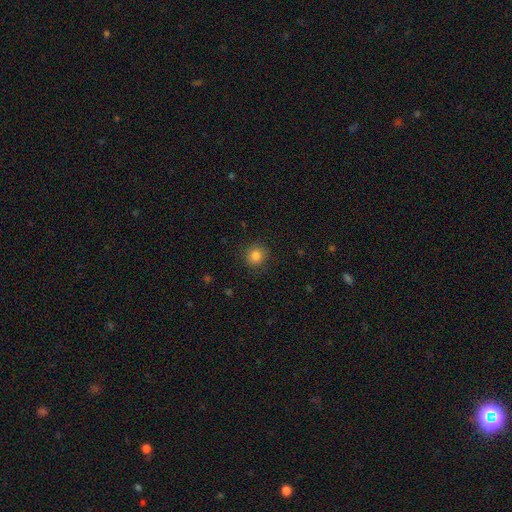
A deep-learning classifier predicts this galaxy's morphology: Q: Smooth or featured?
A: smooth (84%); runner-up: star or artifact (11%)
Q: How rounded?
A: round (89%); runner-up: in between (10%)
Q: Merging?
A: none (88%); runner-up: minor disturbance (8%)